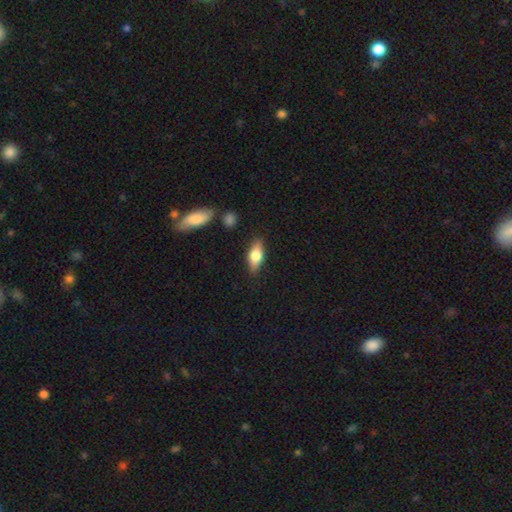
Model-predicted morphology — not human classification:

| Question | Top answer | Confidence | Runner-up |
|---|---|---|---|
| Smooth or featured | smooth | 63% | featured or disk (31%) |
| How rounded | in between | 74% | cigar-shaped (22%) |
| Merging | none | 84% | minor disturbance (11%) |